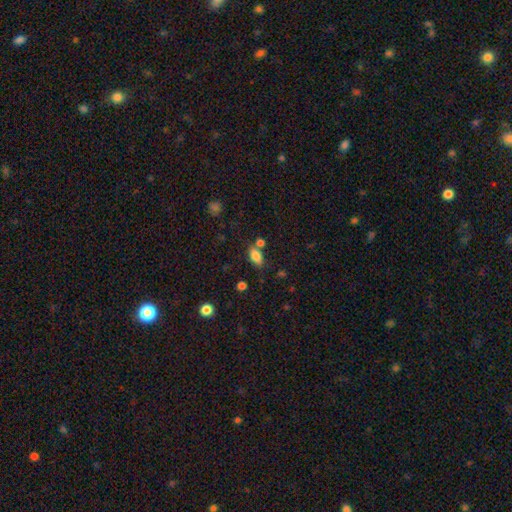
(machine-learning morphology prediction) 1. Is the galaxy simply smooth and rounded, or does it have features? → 82% smooth, 9% star or artifact, 9% featured or disk.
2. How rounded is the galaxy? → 88% in between, 6% round, 6% cigar-shaped.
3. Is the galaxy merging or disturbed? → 64% none, 16% merger, 15% minor disturbance, 5% major disturbance.